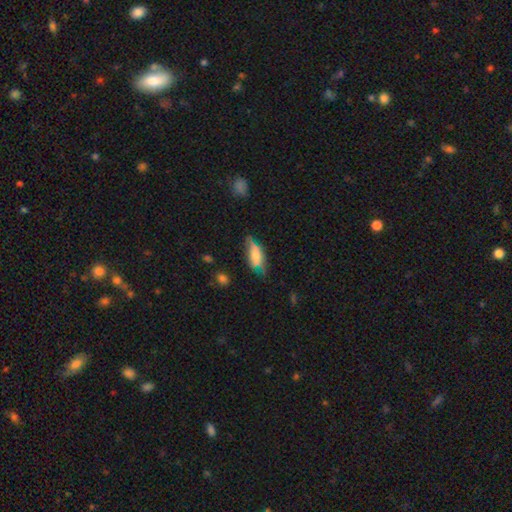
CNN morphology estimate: Overall: smooth (50%; featured or disk 42%). Merging: none (59%; minor disturbance 27%).